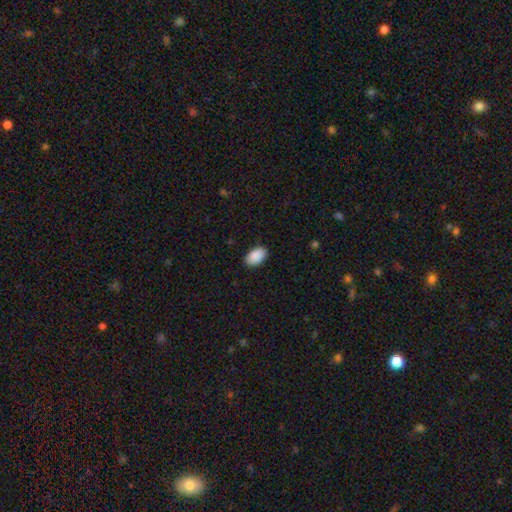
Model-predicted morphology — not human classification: Smooth or featured: smooth — 90% (star or artifact — 6%)
How rounded: in between — 94% (round — 5%)
Merging: none — 88% (minor disturbance — 9%)